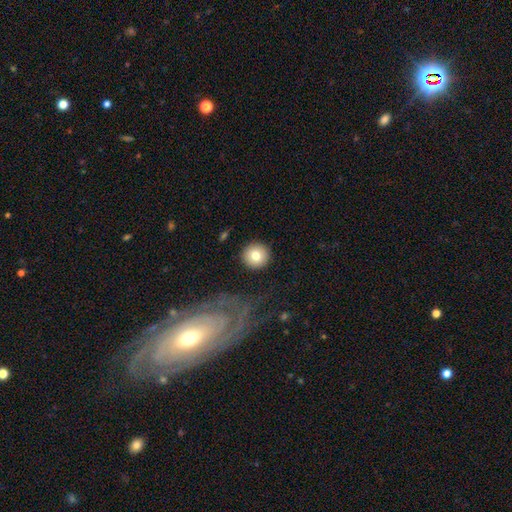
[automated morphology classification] Smooth or featured? Predicted: smooth (p=0.79). How rounded? Predicted: round (p=0.95). Merging? Predicted: none (p=0.91).